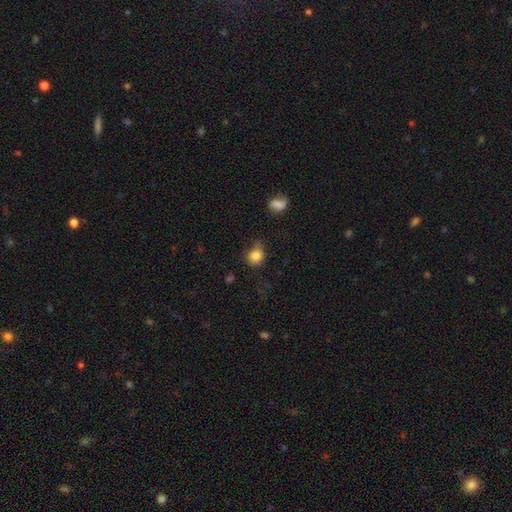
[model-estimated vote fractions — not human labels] Smooth or featured?
  - smooth: 83% *
  - star or artifact: 11%
  - featured or disk: 6%
How rounded?
  - round: 78% *
  - in between: 21%
  - cigar-shaped: 1%
Merging?
  - none: 61% *
  - minor disturbance: 28%
  - major disturbance: 9%
  - merger: 3%